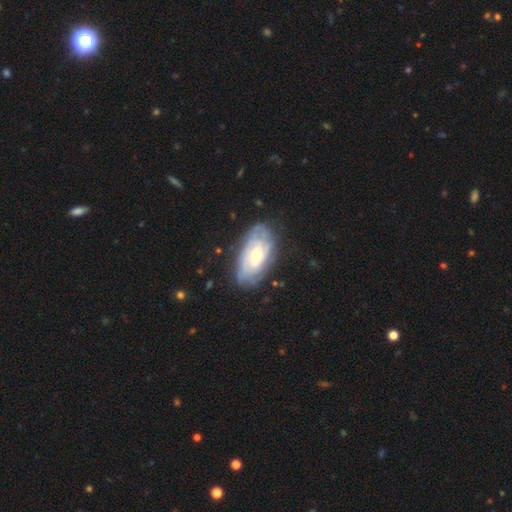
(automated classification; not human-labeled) smooth_or_featured: featured or disk (p=0.70) [alt: smooth p=0.24]
disk_edge_on: no (p=0.93) [alt: yes p=0.07]
bar: no (p=0.72) [alt: weak p=0.23]
has_spiral_arms: yes (p=0.81) [alt: no p=0.19]
spiral_winding: tight (p=0.68) [alt: medium p=0.24]
spiral_arm_count: can't tell (p=0.57) [alt: 2 p=0.18]
bulge_size: moderate (p=0.53) [alt: small p=0.42]
merging: none (p=0.74) [alt: minor disturbance p=0.18]